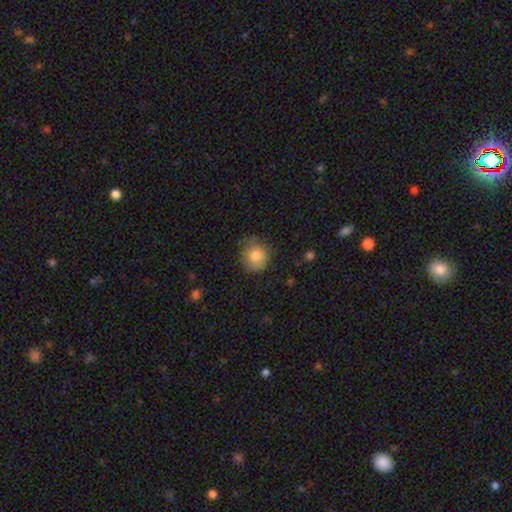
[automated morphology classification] Smooth or featured? smooth (82%)
How rounded? round (90%)
Merging? none (75%)